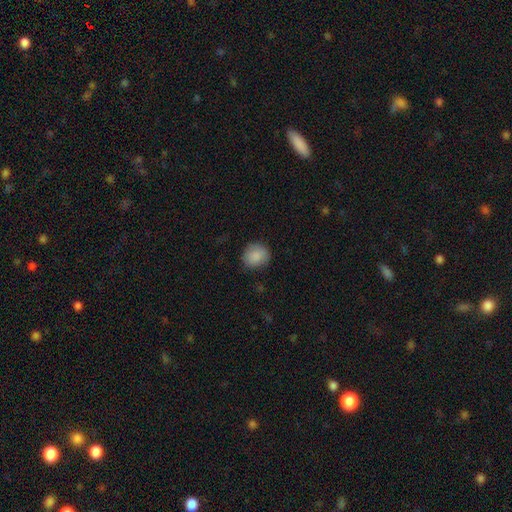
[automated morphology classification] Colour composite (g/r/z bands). It shows a smooth galaxy with no disk features (88%) that is round (77%). Merging: none (81%).